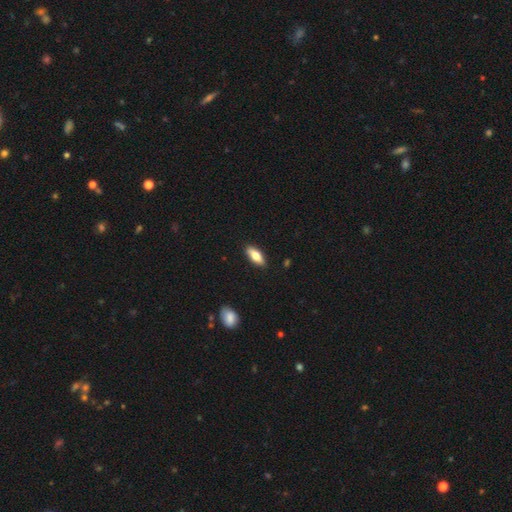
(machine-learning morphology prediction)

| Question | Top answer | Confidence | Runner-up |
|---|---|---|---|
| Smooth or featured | smooth | 74% | featured or disk (20%) |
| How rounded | in between | 78% | cigar-shaped (20%) |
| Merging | none | 88% | minor disturbance (9%) |